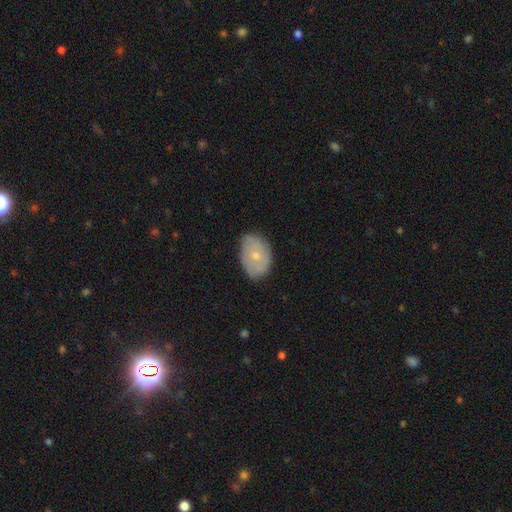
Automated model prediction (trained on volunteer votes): Smooth or featured? Predicted: smooth (p=0.59). How rounded? Predicted: in between (p=0.84). Merging? Predicted: none (p=0.75).